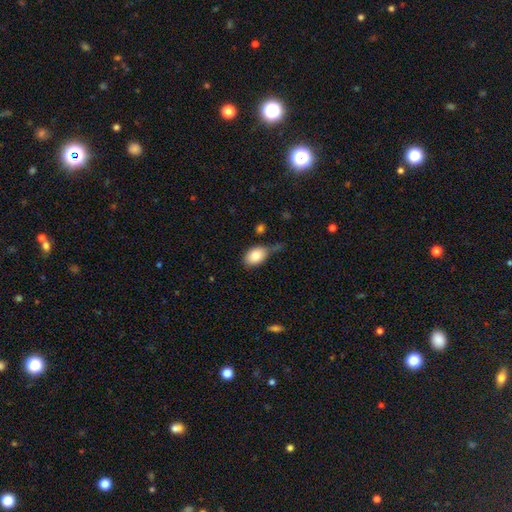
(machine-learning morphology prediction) smooth-or-featured: smooth: 83% | featured or disk: 10% | star or artifact: 7%
  how-rounded: in between: 84% | round: 15% | cigar-shaped: 1%
  merging: none: 52% | minor disturbance: 30% | major disturbance: 11% | merger: 7%